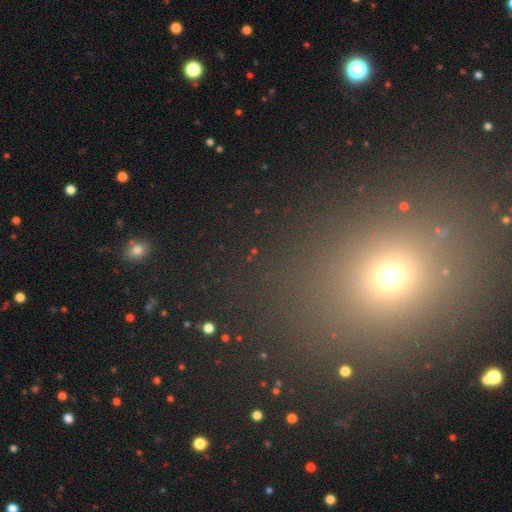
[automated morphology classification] Smooth or featured?
  - star or artifact: 49% *
  - smooth: 43%
  - featured or disk: 8%